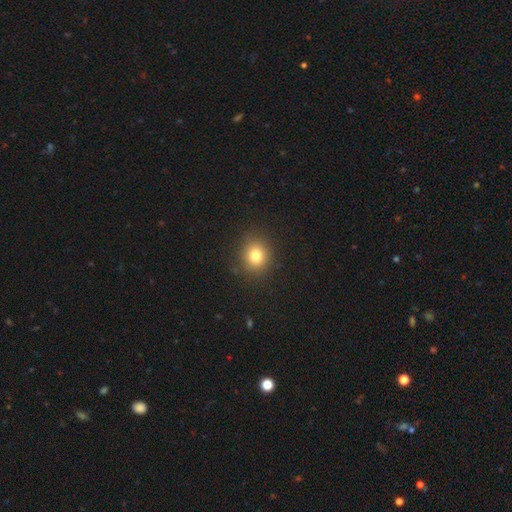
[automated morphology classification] This is likely a smooth galaxy (80%). How rounded: clearly round (81%). Merging: clearly none (88%).